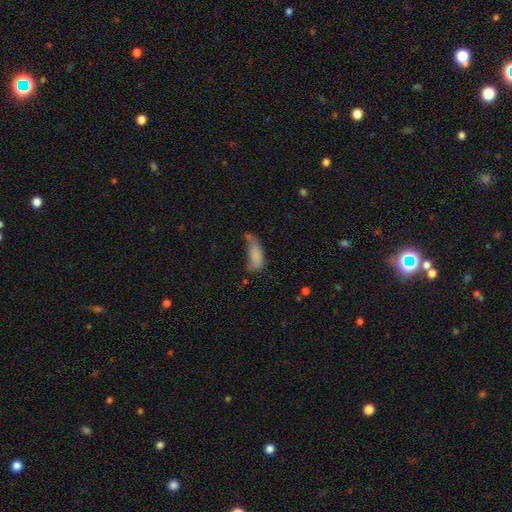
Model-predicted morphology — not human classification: Overall: smooth (75%). How rounded: in between (74%). Merging: minor disturbance (30%; major disturbance 28%).